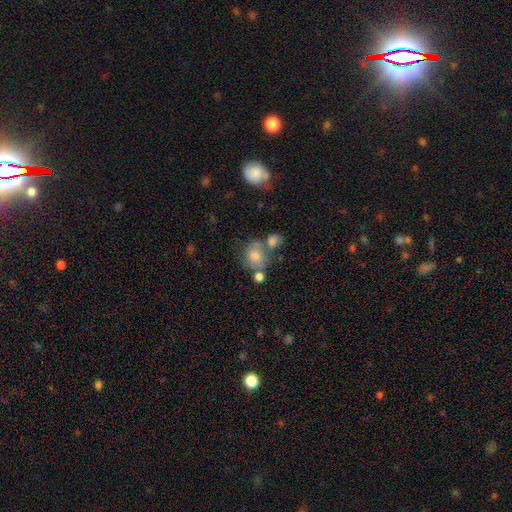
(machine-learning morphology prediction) type=smooth (74%); roundness=round (59%); merging=none (41%).